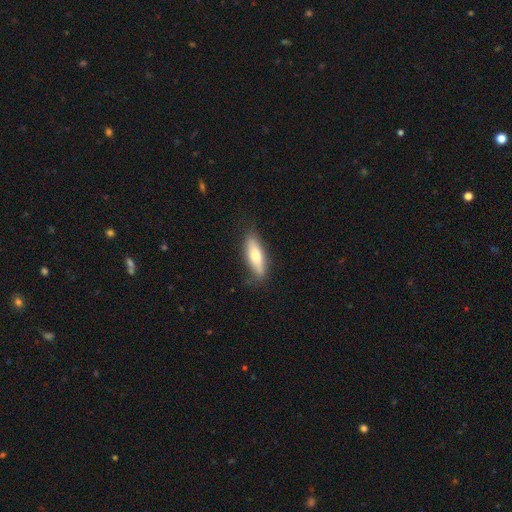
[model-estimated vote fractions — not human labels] Smooth or featured: smooth — 68% (featured or disk — 26%)
How rounded: in between — 52% (cigar-shaped — 46%)
Merging: none — 77% (minor disturbance — 18%)